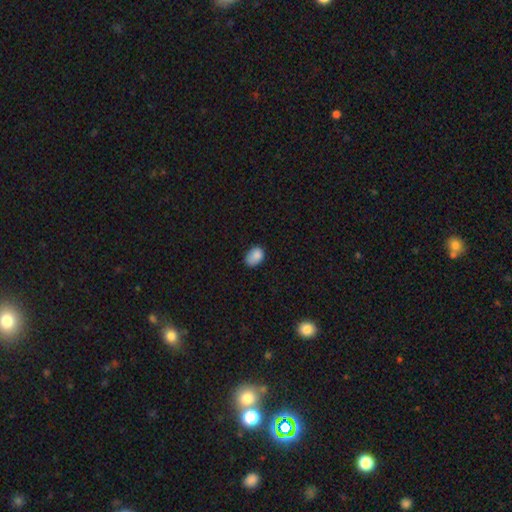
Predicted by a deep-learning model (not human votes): A smooth galaxy with no disk features (85%) that is in between round and cigar-shaped (80%). Merging: none (63%).